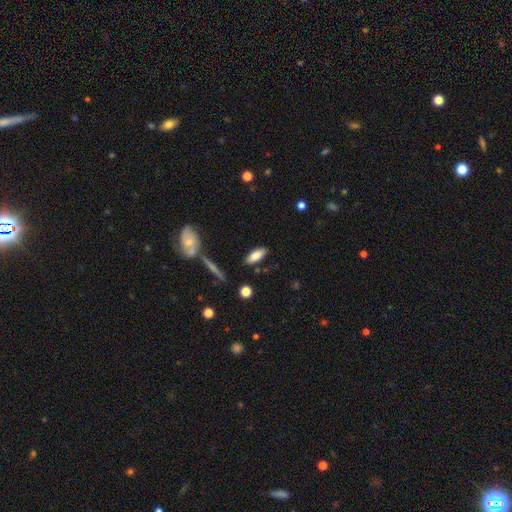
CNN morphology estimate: A smooth galaxy with no disk features (78%) that is in between round and cigar-shaped (75%). Merging: none (83%).